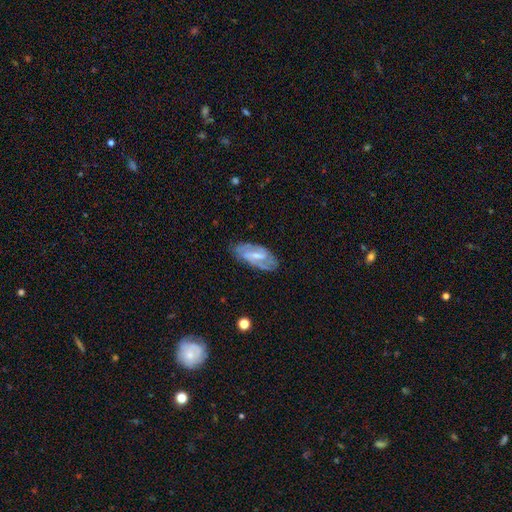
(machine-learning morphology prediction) Overall: featured or disk (74%). Edge-on disk: no (92%). Bar: weak (46%; strong 39%). Spiral arms: yes (87%). Spiral arm count: 2 (70%). Spiral winding: medium (45%; tight 38%). Bulge size: small (45%; moderate 36%). Merging: none (77%).